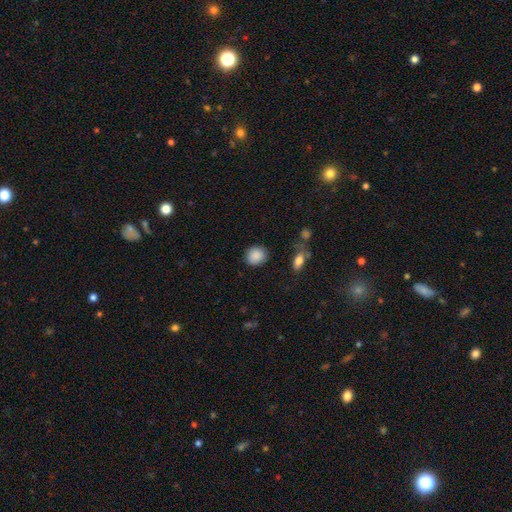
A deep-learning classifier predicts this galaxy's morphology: type=smooth (89%); roundness=round (72%); merging=none (85%).